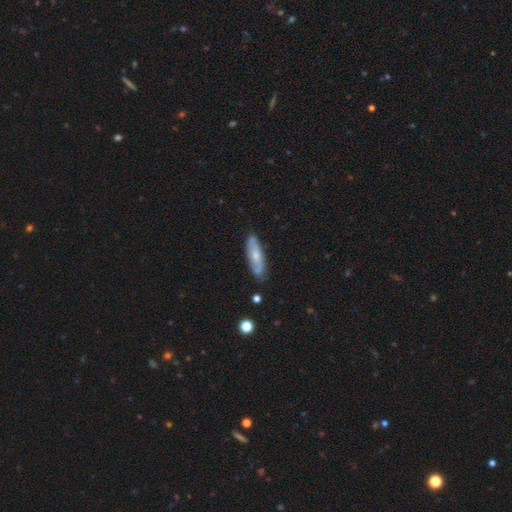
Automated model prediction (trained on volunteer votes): A smooth galaxy with no disk features (50%) that is cigar-shaped (58%).

Vote fractions:
- Smooth or featured? smooth: 50% / featured or disk: 43% / star or artifact: 6%
- How rounded? cigar-shaped: 58% / in between: 40% / round: 2%
- Merging? none: 82% / minor disturbance: 14% / major disturbance: 3% / merger: 2%